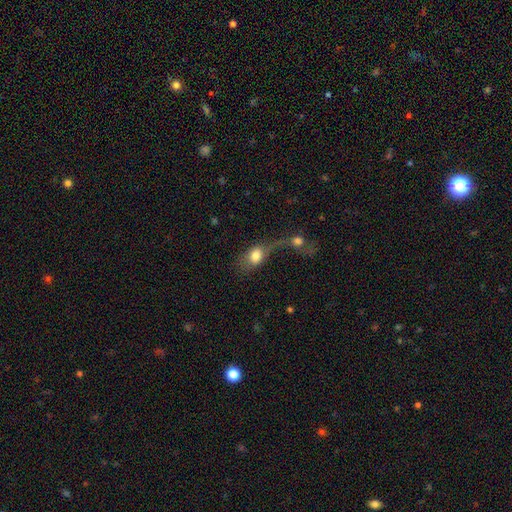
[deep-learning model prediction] smooth-or-featured: smooth: 75% | featured or disk: 16% | star or artifact: 8%
  how-rounded: in between: 74% | round: 23% | cigar-shaped: 3%
  merging: merger: 57% | major disturbance: 19% | none: 15% | minor disturbance: 9%